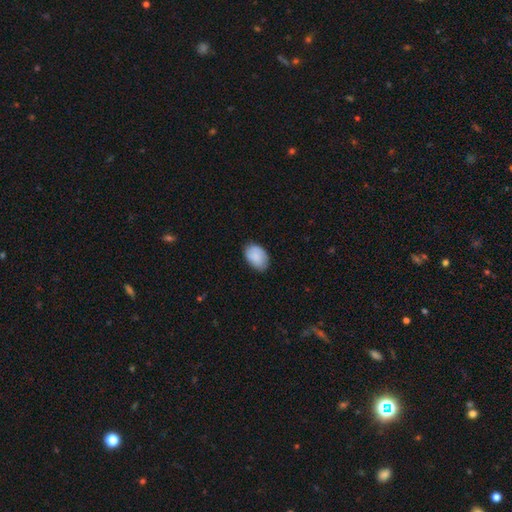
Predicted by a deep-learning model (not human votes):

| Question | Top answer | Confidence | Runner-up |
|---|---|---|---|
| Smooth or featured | smooth | 87% | featured or disk (7%) |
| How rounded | in between | 86% | round (13%) |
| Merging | none | 77% | minor disturbance (19%) |